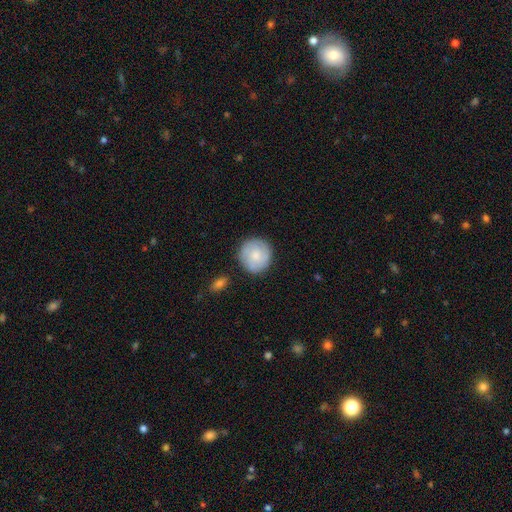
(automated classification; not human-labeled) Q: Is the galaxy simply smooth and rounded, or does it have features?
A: smooth — 67%.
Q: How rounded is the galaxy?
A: round — 94%.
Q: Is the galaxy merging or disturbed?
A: none — 82%.